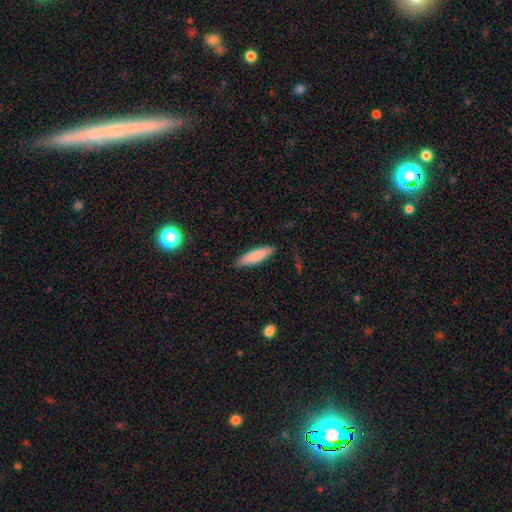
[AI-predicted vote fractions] Smooth or featured: smooth — 86% (featured or disk — 9%)
How rounded: cigar-shaped — 64% (in between — 35%)
Merging: none — 85% (minor disturbance — 12%)